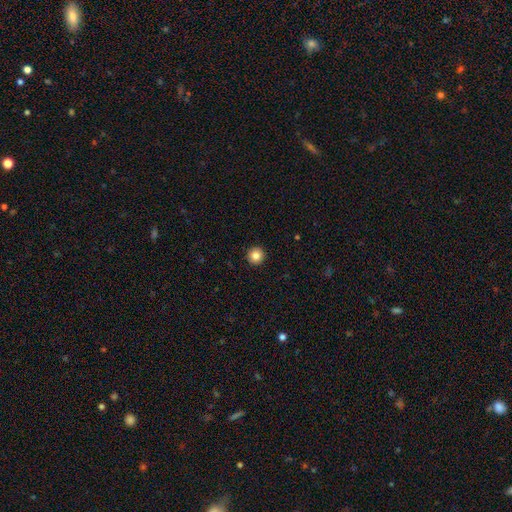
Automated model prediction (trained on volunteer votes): Smooth or featured? smooth (85%)
How rounded? round (96%)
Merging? none (94%)